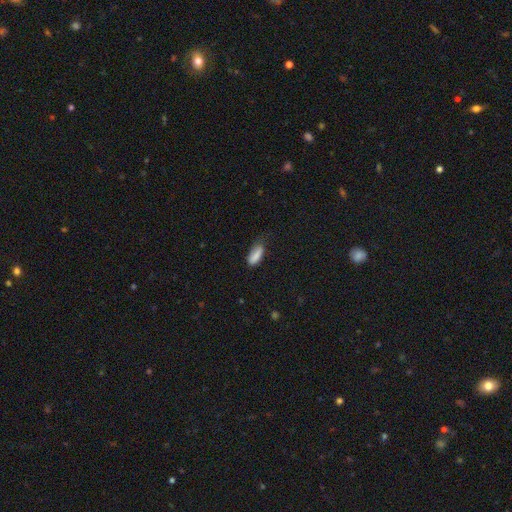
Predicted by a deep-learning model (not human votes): This is clearly a smooth galaxy (84%). How rounded: likely in between (78%). Merging: possibly none (49%).